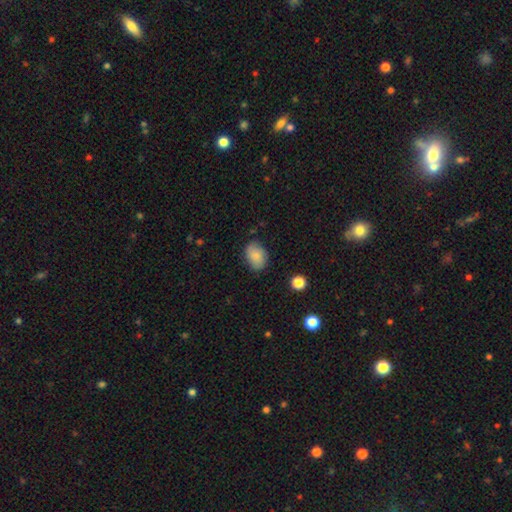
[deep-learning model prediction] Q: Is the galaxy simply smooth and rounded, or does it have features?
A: smooth — 81%.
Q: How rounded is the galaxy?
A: in between — 75%.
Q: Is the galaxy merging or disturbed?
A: none — 76%.